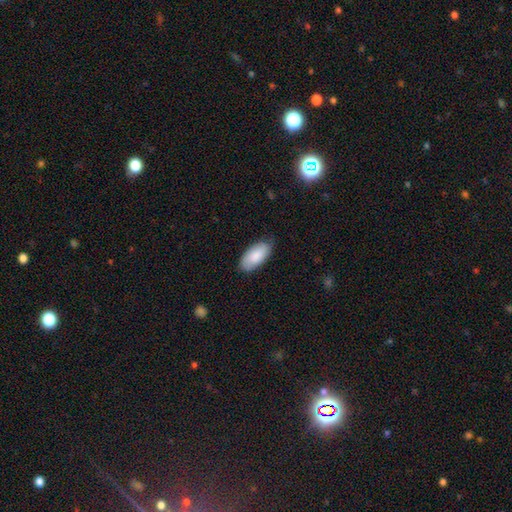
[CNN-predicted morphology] A smooth galaxy with no disk features (85%) that is in between round and cigar-shaped (93%). Merging: none (79%).